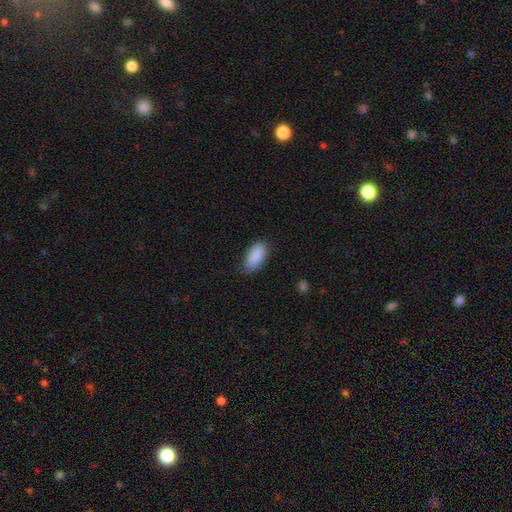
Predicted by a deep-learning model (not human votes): This appears to be a smooth galaxy with no disk features (89%) that is in between round and cigar-shaped (90%). Merging: none (80%).